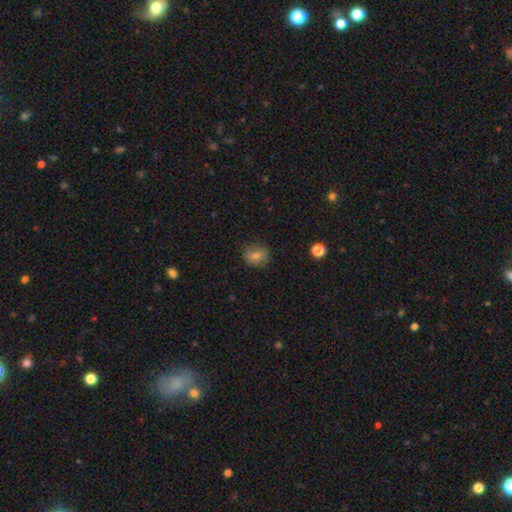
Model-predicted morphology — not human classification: This is likely a smooth galaxy (68%). How rounded: likely round (67%). Merging: clearly none (81%).